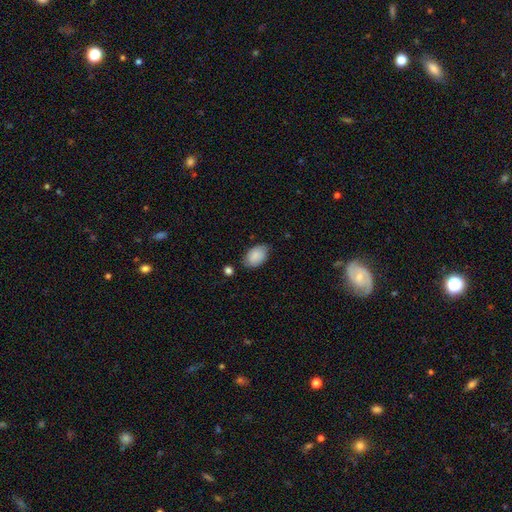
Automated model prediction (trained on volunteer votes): smooth 86%, featured or disk 7%, star or artifact 7%. Down the decision tree: how rounded — in between (90%); merging — none (72%).